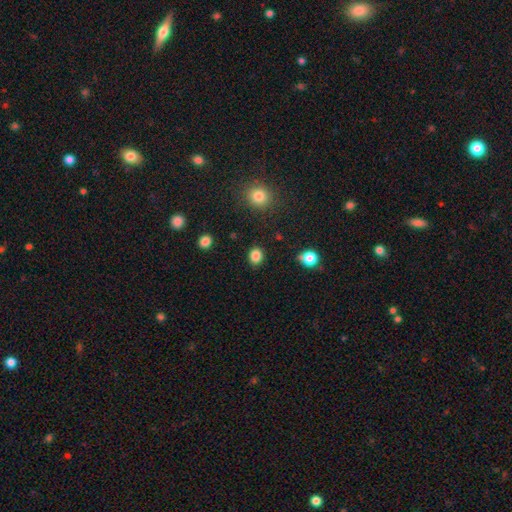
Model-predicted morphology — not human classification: smooth-or-featured: smooth: 85% | star or artifact: 11% | featured or disk: 4%
  how-rounded: round: 65% | in between: 34% | cigar-shaped: 1%
  merging: none: 88% | minor disturbance: 8% | major disturbance: 3% | merger: 2%